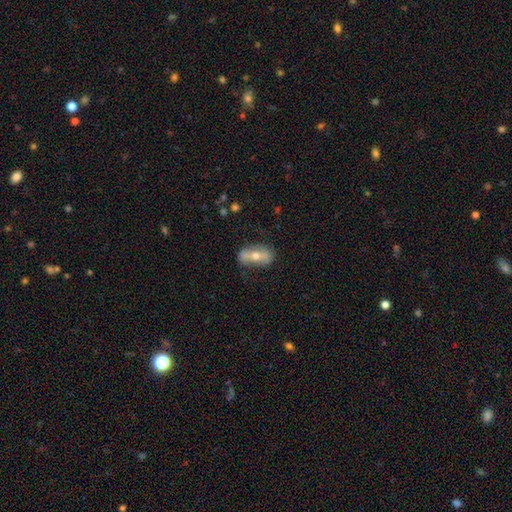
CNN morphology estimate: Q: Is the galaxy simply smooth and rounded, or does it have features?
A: featured or disk — 56%.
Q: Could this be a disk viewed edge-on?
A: no — 76%.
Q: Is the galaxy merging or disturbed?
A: none — 69%.